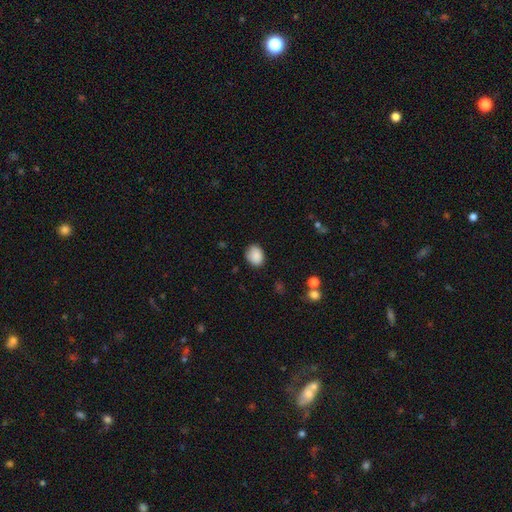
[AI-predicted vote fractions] smooth 89%, star or artifact 8%, featured or disk 4%. Down the decision tree: how rounded — in between (60%); merging — none (82%).